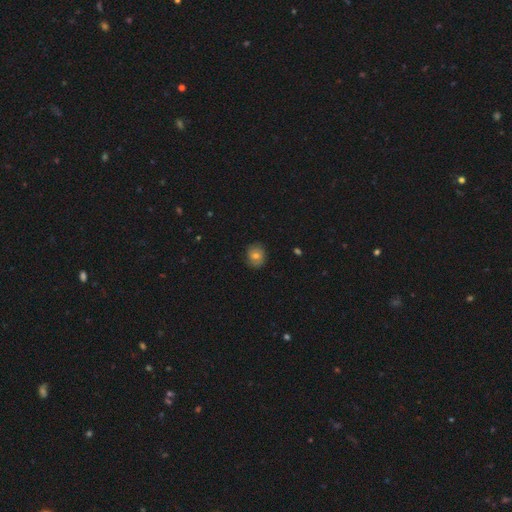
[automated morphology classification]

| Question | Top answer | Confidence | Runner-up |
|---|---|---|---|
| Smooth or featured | smooth | 62% | featured or disk (27%) |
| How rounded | round | 68% | in between (31%) |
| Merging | none | 82% | minor disturbance (14%) |